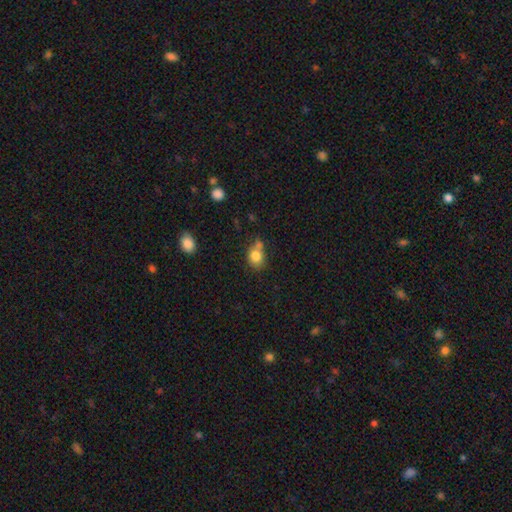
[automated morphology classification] smooth_or_featured: smooth (p=0.81) [alt: star or artifact p=0.10]
how_rounded: round (p=0.57) [alt: in between p=0.42]
merging: none (p=0.47) [alt: merger p=0.33]